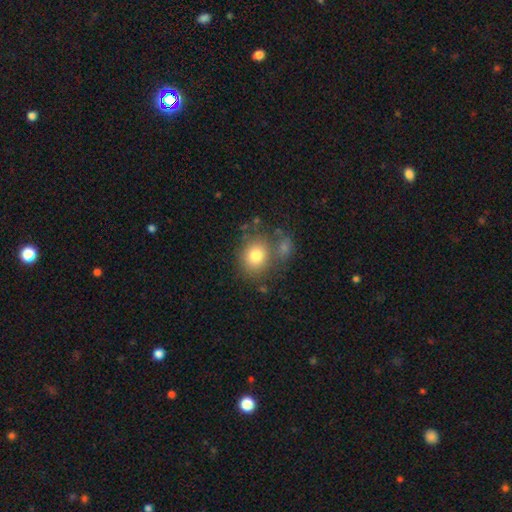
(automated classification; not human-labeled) Morphology: type=smooth (79%); roundness=round (74%); merging=none (65%).